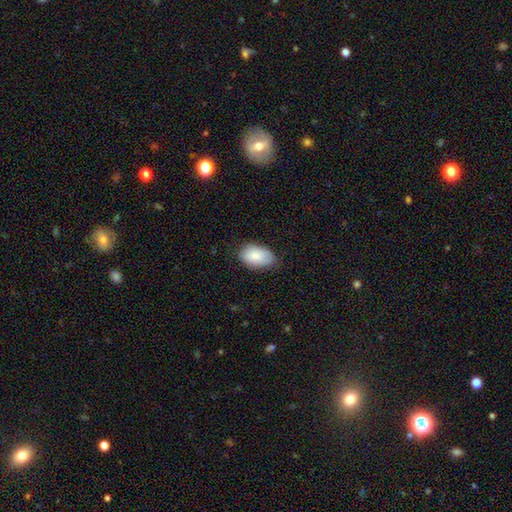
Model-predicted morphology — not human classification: type=smooth (82%); roundness=in between (92%); merging=none (72%).